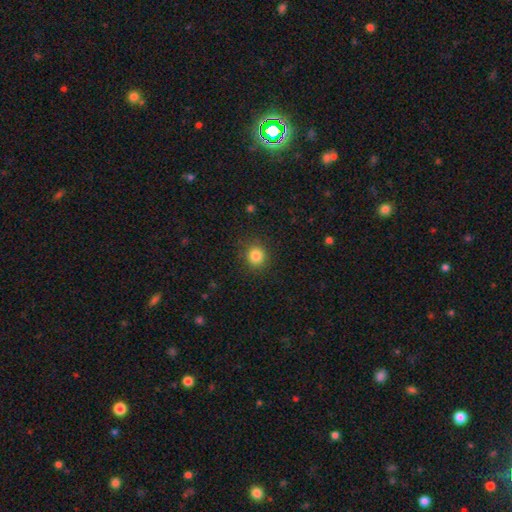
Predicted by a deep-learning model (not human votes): The model was most divided on "smooth or featured": smooth: 84%, star or artifact: 12%, featured or disk: 5%. More confident: merging — none (88%); how rounded — round (88%).